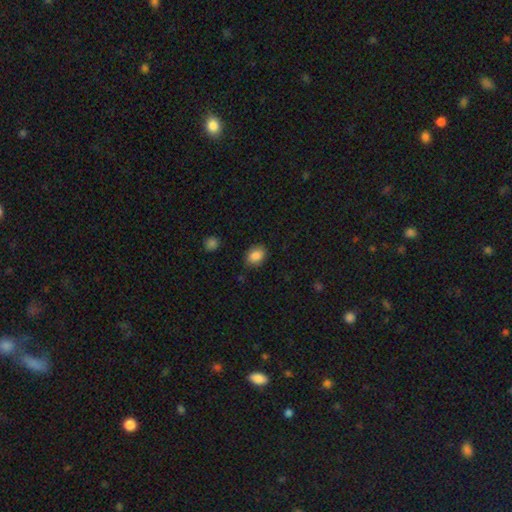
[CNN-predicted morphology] Smooth or featured? Predicted: smooth (p=0.86). How rounded? Predicted: in between (p=0.67). Merging? Predicted: none (p=0.85).